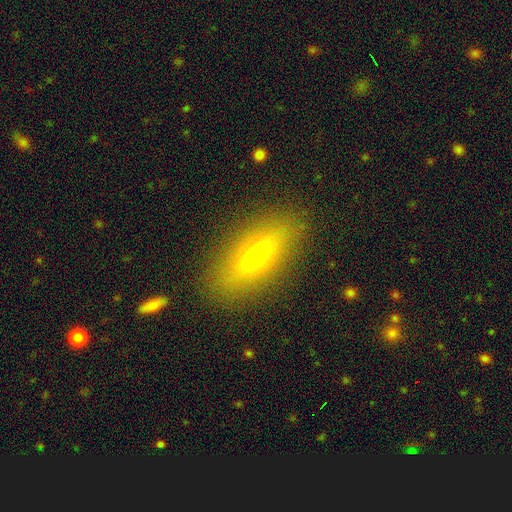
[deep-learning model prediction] Smooth or featured? smooth (60%)
How rounded? in between (63%)
Merging? none (86%)